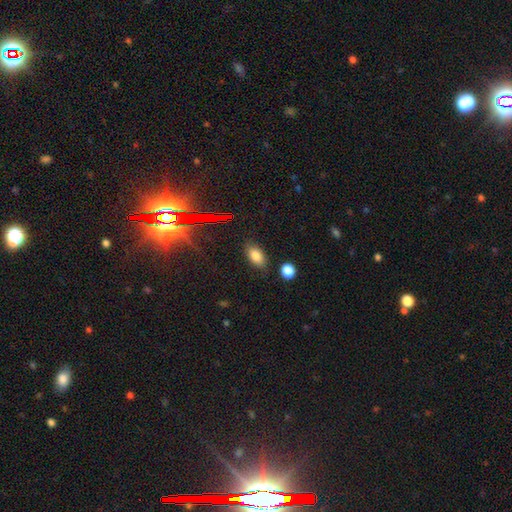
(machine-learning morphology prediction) smooth_or_featured: smooth (p=0.79) [alt: star or artifact p=0.13]
how_rounded: in between (p=0.88) [alt: round p=0.07]
merging: none (p=0.82) [alt: minor disturbance p=0.12]